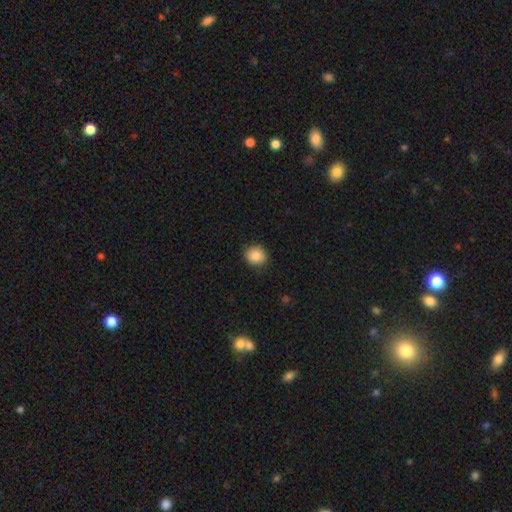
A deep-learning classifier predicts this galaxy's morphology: Smooth or featured? Predicted: smooth (p=0.86). How rounded? Predicted: round (p=0.82). Merging? Predicted: none (p=0.87).